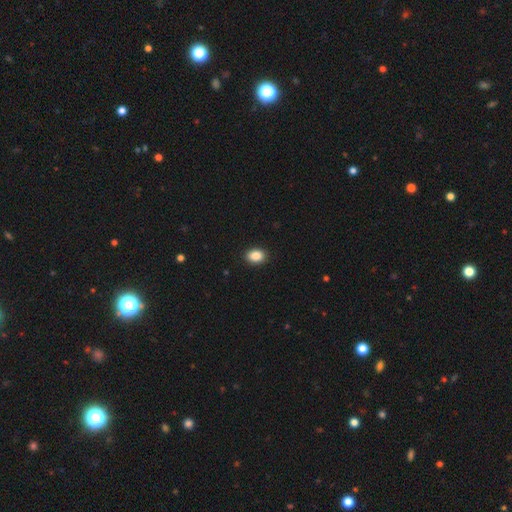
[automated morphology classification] type=smooth (88%); roundness=in between (77%); merging=none (91%).